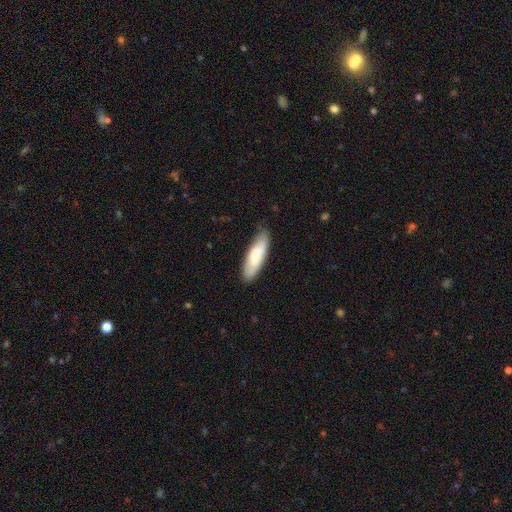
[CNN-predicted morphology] A smooth galaxy with no disk features (71%) that is cigar-shaped (54%).

Vote fractions:
- Smooth or featured? smooth: 71% / featured or disk: 24% / star or artifact: 5%
- How rounded? cigar-shaped: 54% / in between: 45% / round: 2%
- Merging? none: 78% / minor disturbance: 18% / major disturbance: 3% / merger: 1%